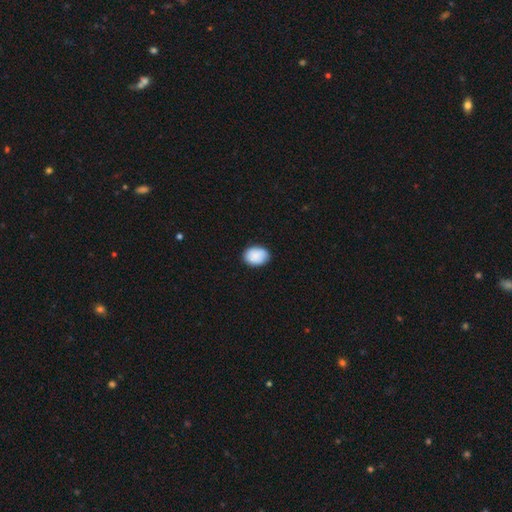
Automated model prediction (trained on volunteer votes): Smooth or featured?
  - smooth: 90% *
  - star or artifact: 7%
  - featured or disk: 3%
How rounded?
  - in between: 72% *
  - round: 27%
  - cigar-shaped: 1%
Merging?
  - none: 86% *
  - minor disturbance: 11%
  - major disturbance: 2%
  - merger: 1%